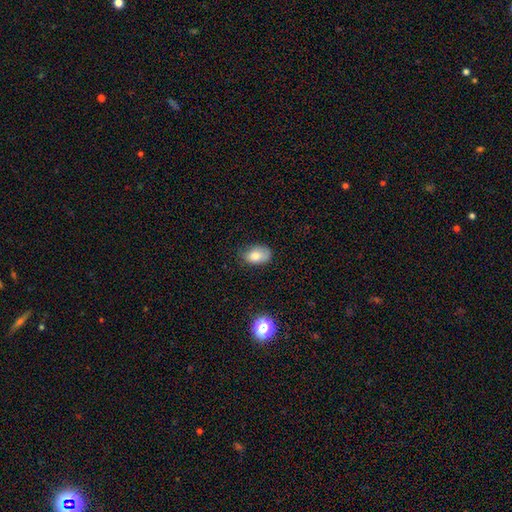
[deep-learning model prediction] Smooth or featured? smooth (80%)
How rounded? in between (85%)
Merging? none (60%)